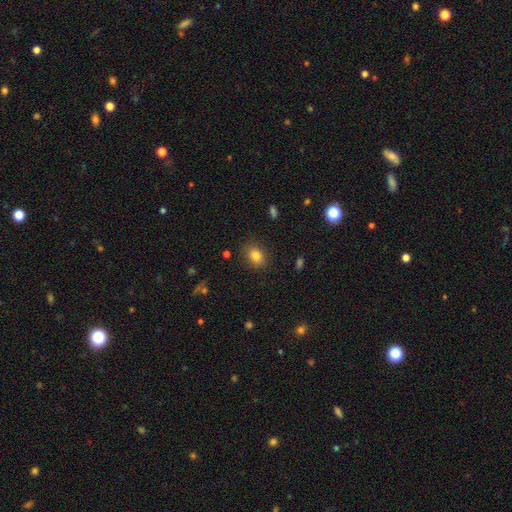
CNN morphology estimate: Smooth or featured? smooth (82%)
How rounded? in between (55%)
Merging? none (86%)